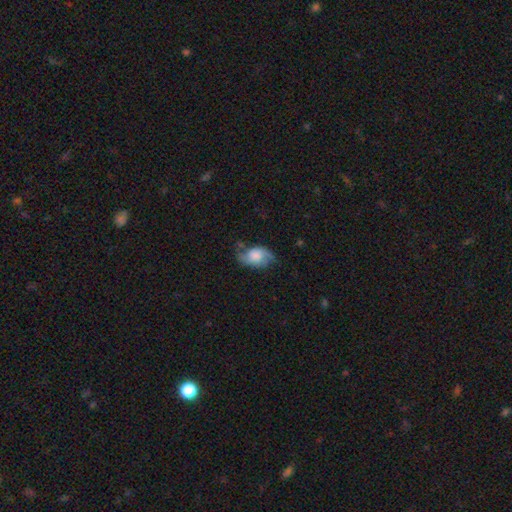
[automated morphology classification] Smooth or featured? Predicted: featured or disk (p=0.56). Edge-on disk? Predicted: no (p=0.95). Bar? Predicted: no (p=0.70). Spiral arms? Predicted: yes (p=0.86). Bulge size? Predicted: large (p=0.38). Merging? Predicted: none (p=0.55).